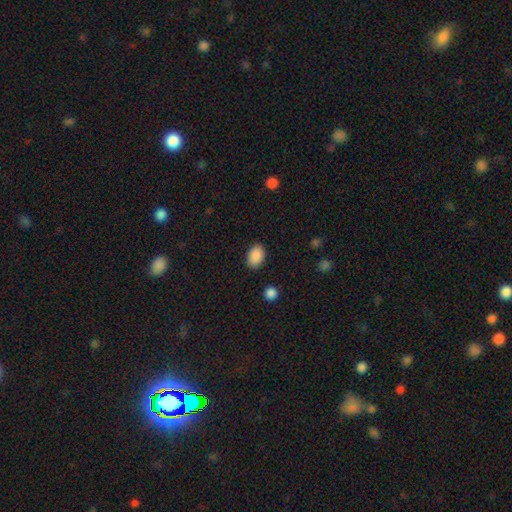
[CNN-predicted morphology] smooth 89%, star or artifact 8%, featured or disk 3%. Down the decision tree: how rounded — in between (85%); merging — none (87%).